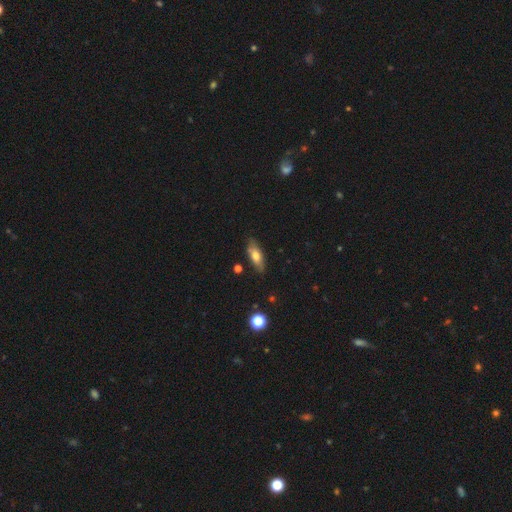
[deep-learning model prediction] smooth_or_featured: smooth (p=0.64) [alt: featured or disk p=0.28]
how_rounded: in between (p=0.65) [alt: cigar-shaped p=0.32]
merging: none (p=0.82) [alt: minor disturbance p=0.14]